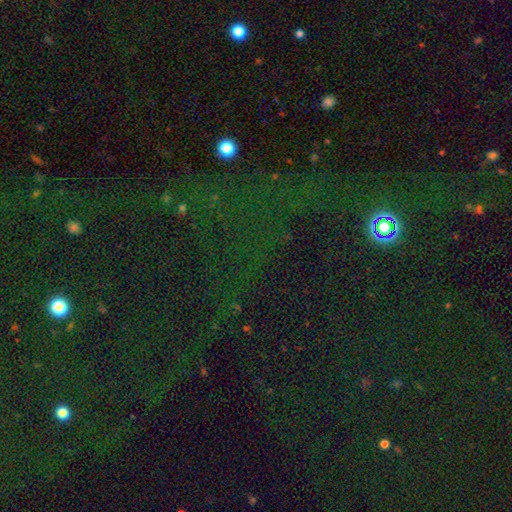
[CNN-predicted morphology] Smooth or featured? star or artifact (77%)